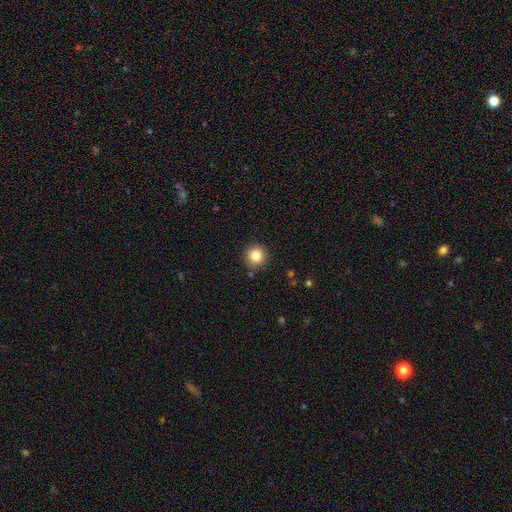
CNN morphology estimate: A smooth galaxy with no disk features (84%) that is round (94%). Merging: none (88%).